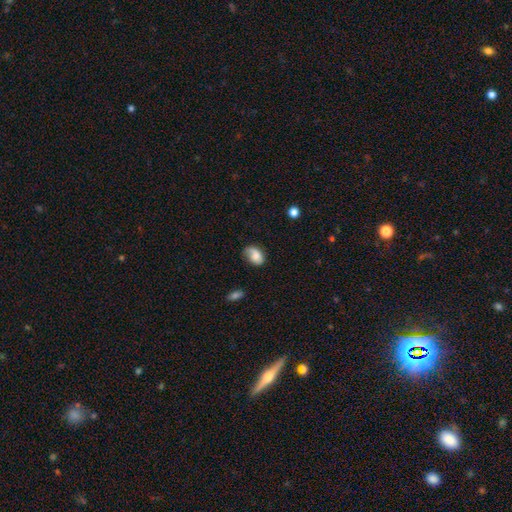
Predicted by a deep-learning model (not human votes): A smooth galaxy with no disk features (65%) that is in between round and cigar-shaped (80%).

Vote fractions:
- Smooth or featured? smooth: 65% / featured or disk: 27% / star or artifact: 8%
- How rounded? in between: 80% / round: 18% / cigar-shaped: 2%
- Merging? none: 48% / minor disturbance: 32% / major disturbance: 18% / merger: 3%